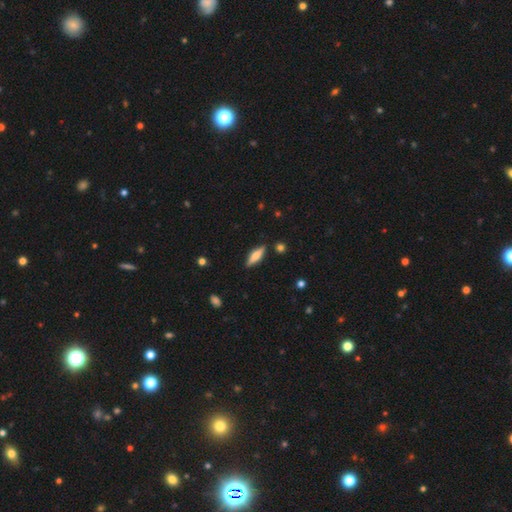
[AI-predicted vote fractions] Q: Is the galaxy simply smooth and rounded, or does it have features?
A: smooth — 58%.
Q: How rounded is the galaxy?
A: cigar-shaped — 58%.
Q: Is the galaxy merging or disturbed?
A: none — 87%.